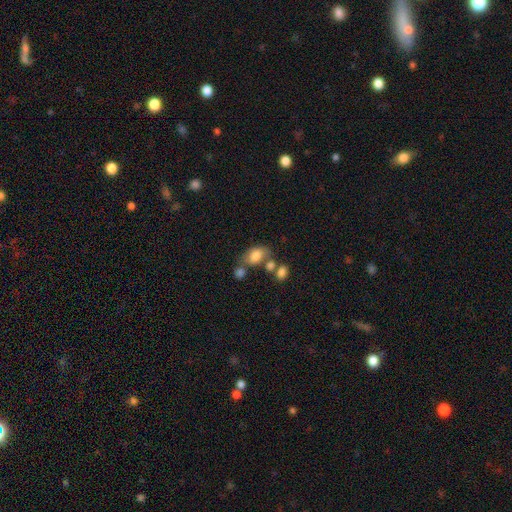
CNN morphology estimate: type=smooth (76%); roundness=in between (85%); merging=none (42%).